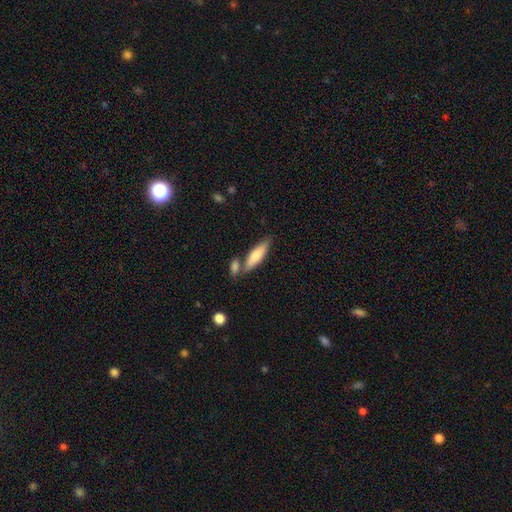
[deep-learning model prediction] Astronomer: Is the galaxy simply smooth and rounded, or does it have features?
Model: smooth — 75%.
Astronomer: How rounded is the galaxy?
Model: cigar-shaped — 59% (runner-up: in between, 40%).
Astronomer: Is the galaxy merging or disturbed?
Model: none — 59%.